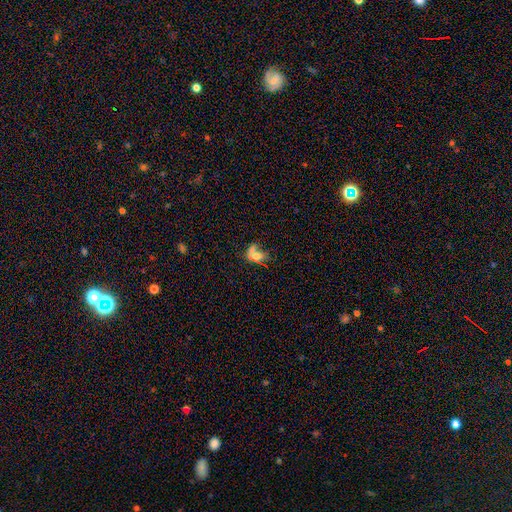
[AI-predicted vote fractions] This is possibly a smooth galaxy (55%). How rounded: likely in between (69%). Merging: marginally merger (33%).